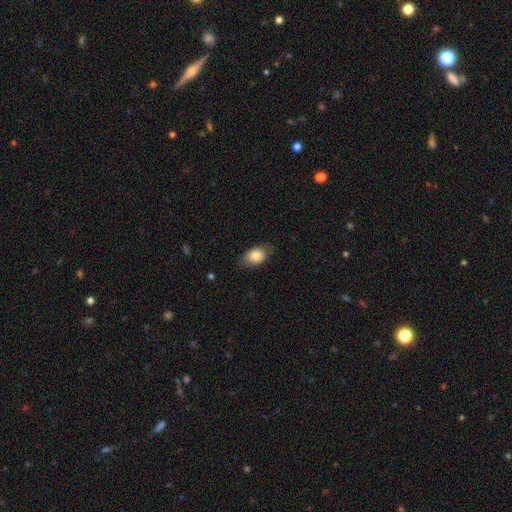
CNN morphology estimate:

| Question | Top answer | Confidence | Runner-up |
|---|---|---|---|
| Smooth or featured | smooth | 80% | featured or disk (13%) |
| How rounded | in between | 81% | round (17%) |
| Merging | none | 77% | minor disturbance (17%) |